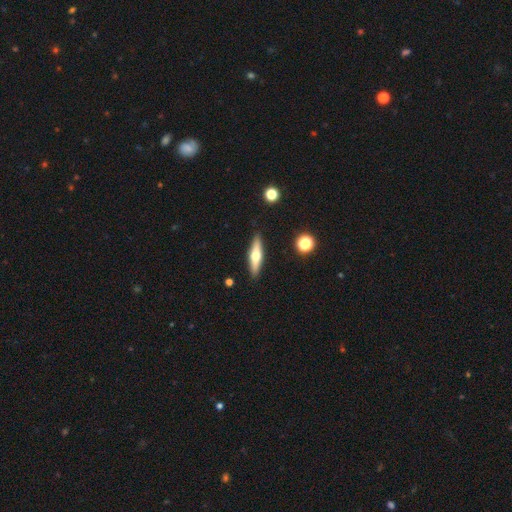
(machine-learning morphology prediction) Smooth or featured?
  - featured or disk: 50% *
  - smooth: 44%
  - star or artifact: 6%
Merging?
  - none: 89% *
  - minor disturbance: 8%
  - major disturbance: 2%
  - merger: 2%